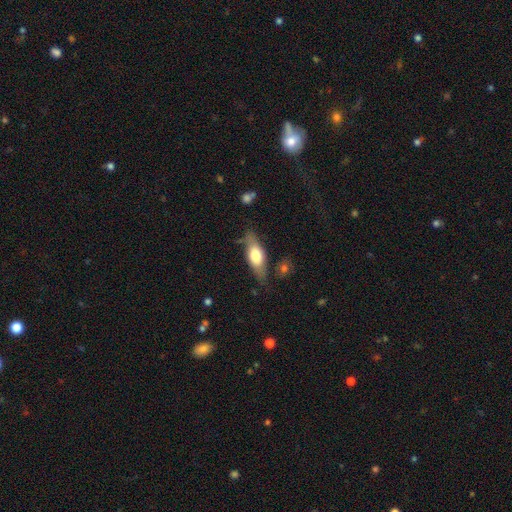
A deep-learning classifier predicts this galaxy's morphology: Smooth or featured: smooth — 57% (featured or disk — 37%)
How rounded: in between — 66% (cigar-shaped — 31%)
Merging: none — 69% (minor disturbance — 21%)